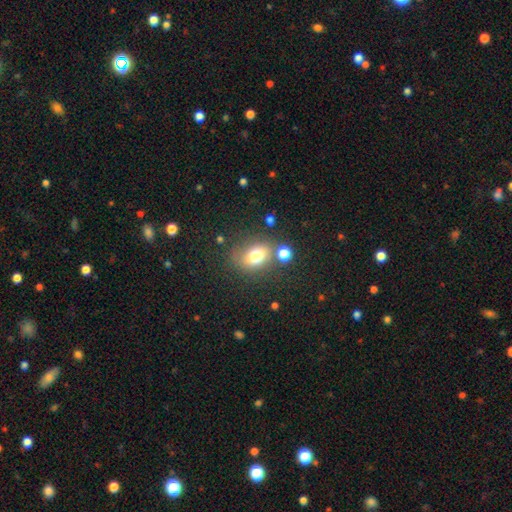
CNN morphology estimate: Smooth or featured?
  - smooth: 73% *
  - featured or disk: 14%
  - star or artifact: 12%
How rounded?
  - in between: 66% *
  - round: 33%
  - cigar-shaped: 2%
Merging?
  - none: 63% *
  - minor disturbance: 17%
  - merger: 13%
  - major disturbance: 7%